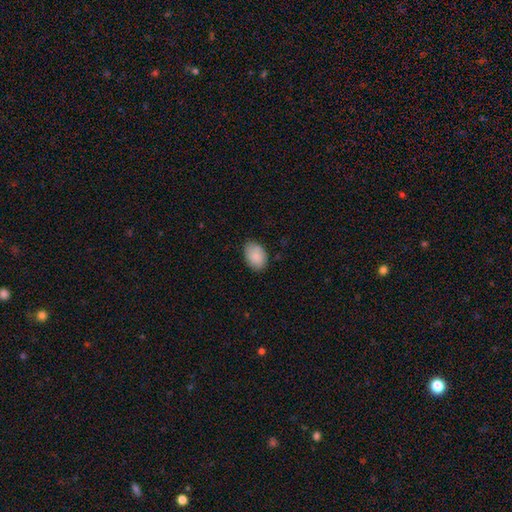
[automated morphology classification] Overall: smooth (88%). How rounded: in between (86%). Merging: none (81%).